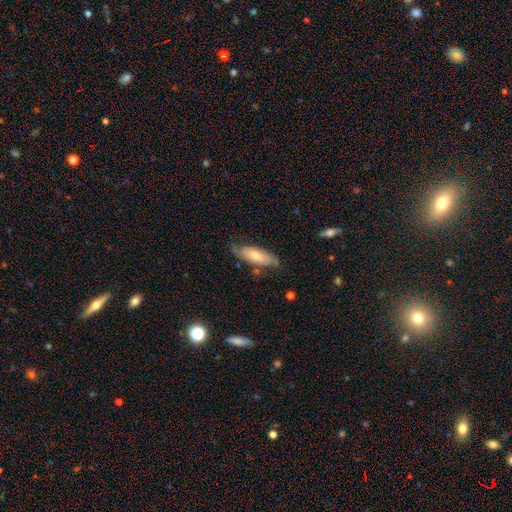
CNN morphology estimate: smooth 56%, featured or disk 38%, star or artifact 6%. Down the decision tree: how rounded — in between (66%); merging — none (64%).